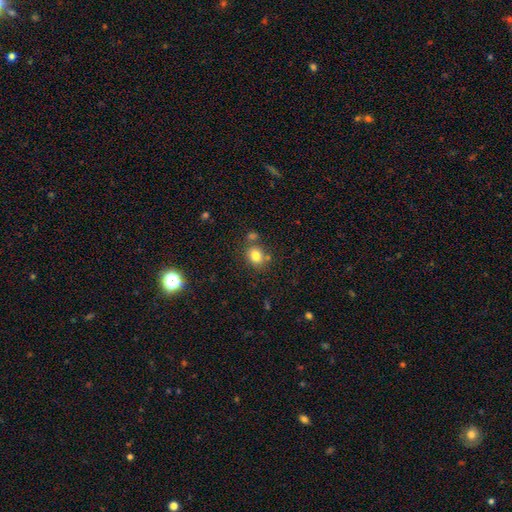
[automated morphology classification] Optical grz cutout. It shows a smooth galaxy with no disk features (80%) that is round (59%). Merging: none (68%).